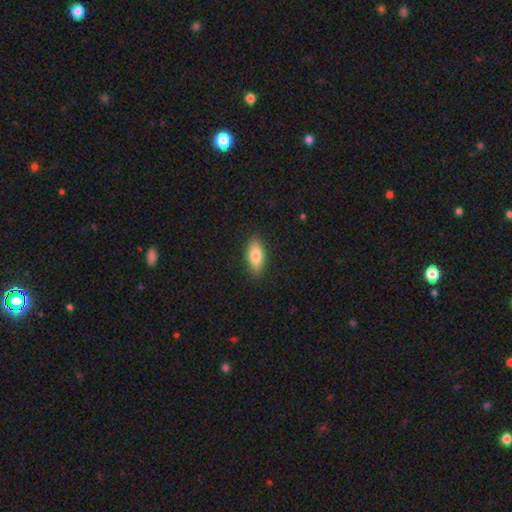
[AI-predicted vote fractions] A smooth galaxy with no disk features (81%) that is in between round and cigar-shaped (84%). Merging: none (87%).